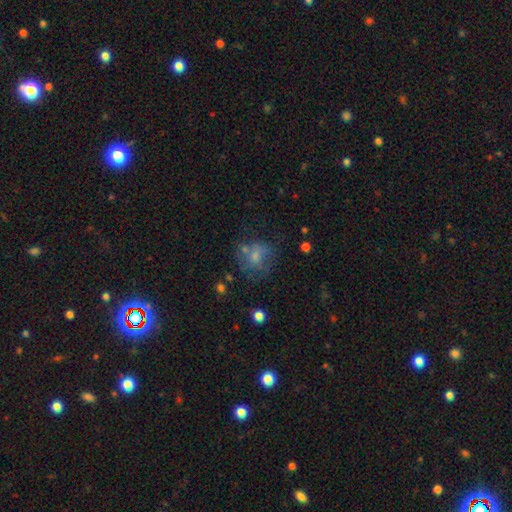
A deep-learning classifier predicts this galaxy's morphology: A smooth galaxy with no disk features (46%). Merging: none (53%).